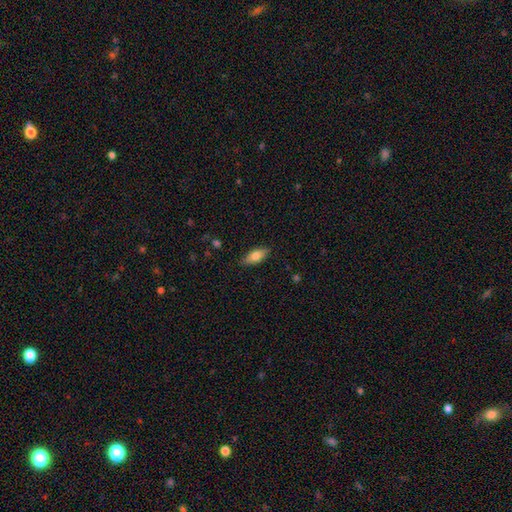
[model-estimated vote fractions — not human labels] Smooth or featured?
  - smooth: 76% *
  - featured or disk: 17%
  - star or artifact: 7%
How rounded?
  - in between: 78% *
  - cigar-shaped: 19%
  - round: 3%
Merging?
  - none: 85% *
  - minor disturbance: 11%
  - major disturbance: 2%
  - merger: 1%